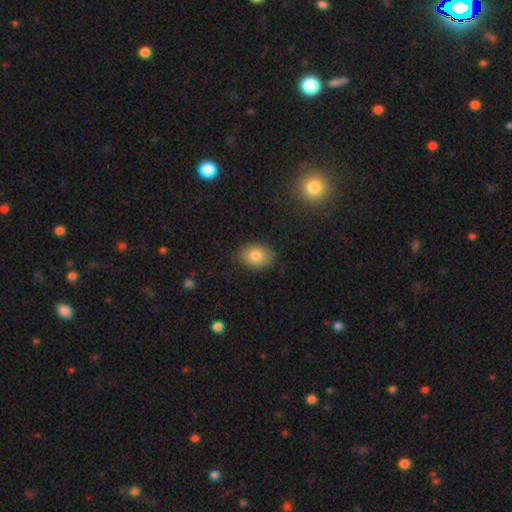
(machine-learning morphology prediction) Overall: smooth (81%). How rounded: in between (72%). Merging: none (85%).